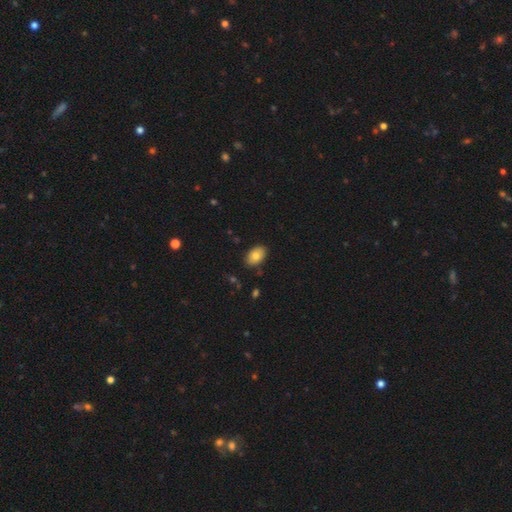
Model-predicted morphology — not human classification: The model was most divided on "smooth or featured": smooth: 80%, featured or disk: 12%, star or artifact: 8%. More confident: how rounded — in between (89%); merging — none (86%).